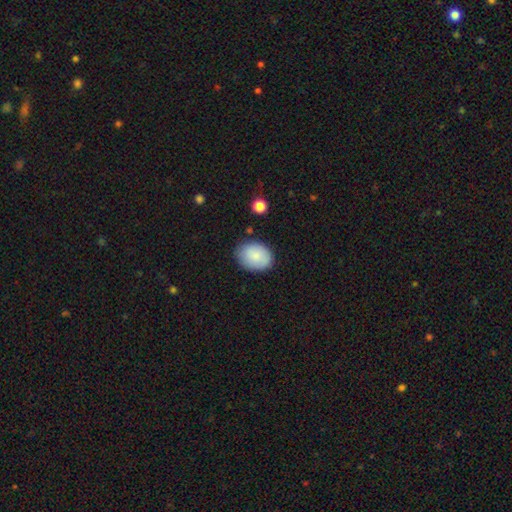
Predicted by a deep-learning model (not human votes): A smooth galaxy with no disk features (84%) that is in between round and cigar-shaped (70%). Merging: none (80%).